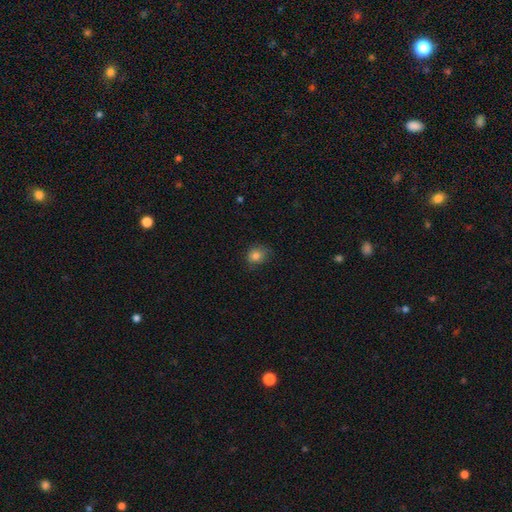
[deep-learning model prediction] A smooth galaxy with no disk features (82%) that is round (70%).

Vote fractions:
- Smooth or featured? smooth: 82% / star or artifact: 11% / featured or disk: 7%
- How rounded? round: 70% / in between: 29% / cigar-shaped: 1%
- Merging? none: 69% / minor disturbance: 24% / major disturbance: 6% / merger: 1%